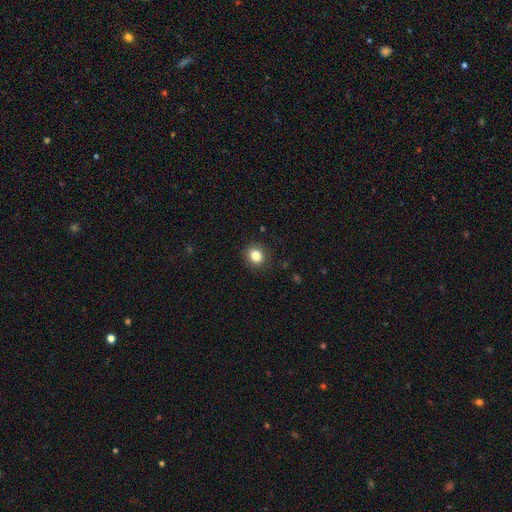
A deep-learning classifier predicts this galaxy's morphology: This appears to be a smooth galaxy with no disk features (84%) that is round (74%). Merging: none (89%).